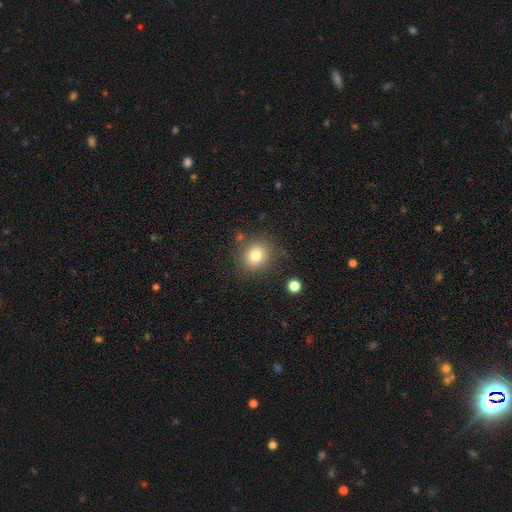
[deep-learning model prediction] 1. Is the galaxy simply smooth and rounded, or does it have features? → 78% smooth, 12% star or artifact, 10% featured or disk.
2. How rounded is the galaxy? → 75% round, 24% in between, 1% cigar-shaped.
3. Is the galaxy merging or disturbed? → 79% none, 12% minor disturbance, 4% major disturbance, 4% merger.